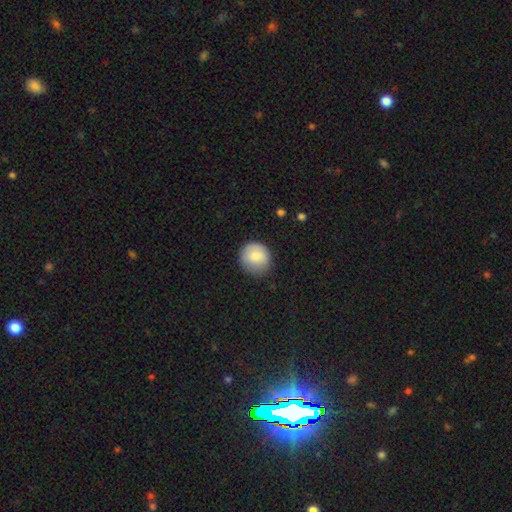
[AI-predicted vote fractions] Smooth or featured: smooth — 84% (featured or disk — 9%)
How rounded: round — 89% (in between — 10%)
Merging: none — 79% (minor disturbance — 17%)